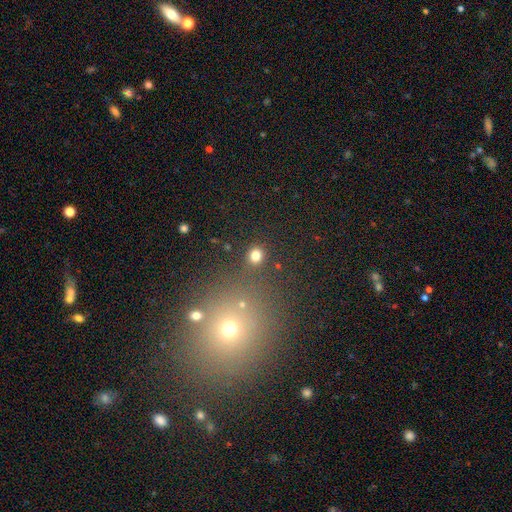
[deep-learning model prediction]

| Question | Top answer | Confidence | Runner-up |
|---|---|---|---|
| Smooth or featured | smooth | 79% | star or artifact (16%) |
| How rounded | round | 85% | in between (14%) |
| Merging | none | 86% | minor disturbance (7%) |